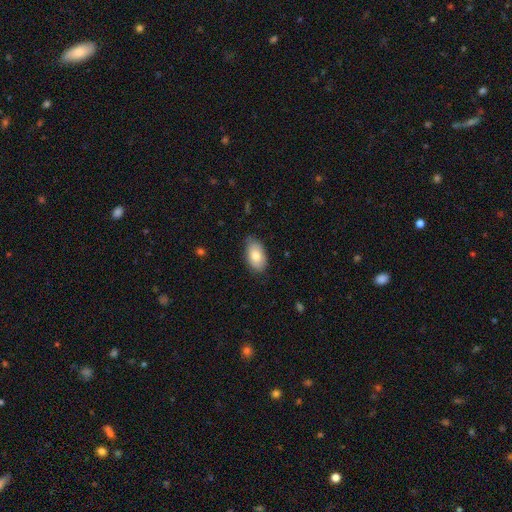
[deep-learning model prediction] Overall: smooth (80%). How rounded: in between (93%). Merging: none (76%).